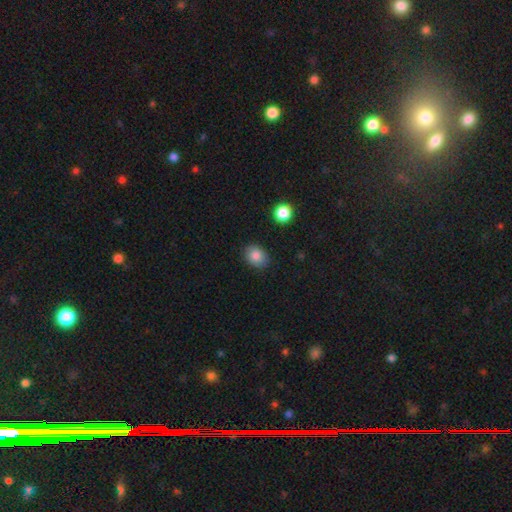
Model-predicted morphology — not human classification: This appears to be a smooth galaxy with no disk features (83%) that is in between round and cigar-shaped (55%). Merging: none (85%).